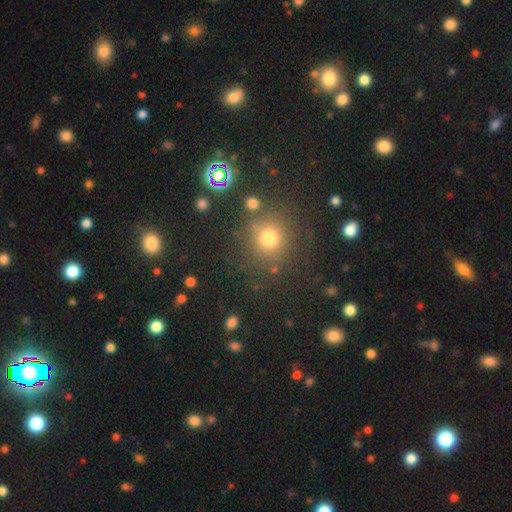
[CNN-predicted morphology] This is possibly a smooth galaxy (55%). How rounded: clearly round (91%). Merging: clearly none (87%).